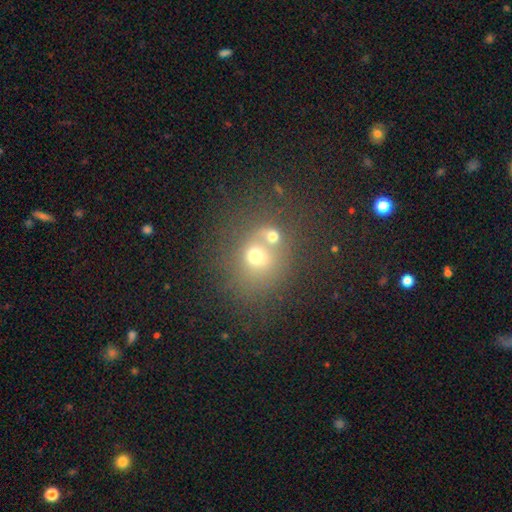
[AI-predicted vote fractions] smooth_or_featured: smooth (p=0.61) [alt: featured or disk p=0.19]
how_rounded: round (p=0.75) [alt: in between p=0.24]
merging: merger (p=0.47) [alt: none p=0.38]